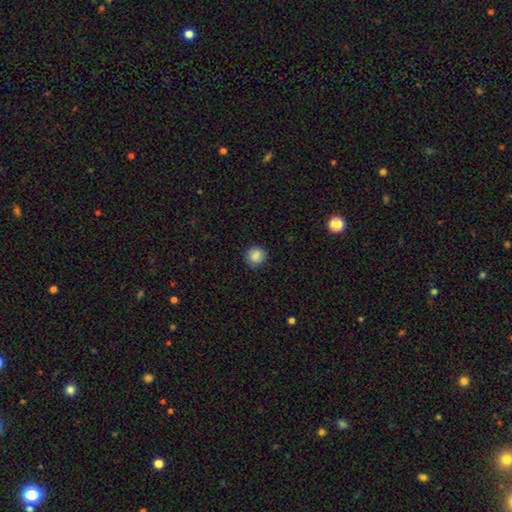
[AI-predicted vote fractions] Smooth or featured? smooth (86%)
How rounded? round (91%)
Merging? none (89%)